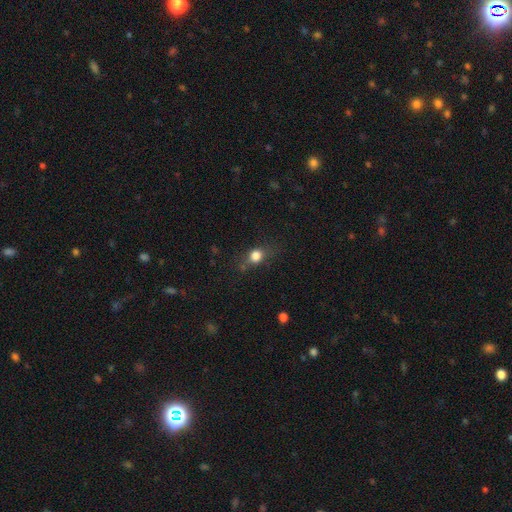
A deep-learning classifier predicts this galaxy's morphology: Smooth or featured?
  - smooth: 78% *
  - star or artifact: 12%
  - featured or disk: 10%
How rounded?
  - round: 59% *
  - in between: 38%
  - cigar-shaped: 3%
Merging?
  - none: 65% *
  - minor disturbance: 22%
  - major disturbance: 10%
  - merger: 3%